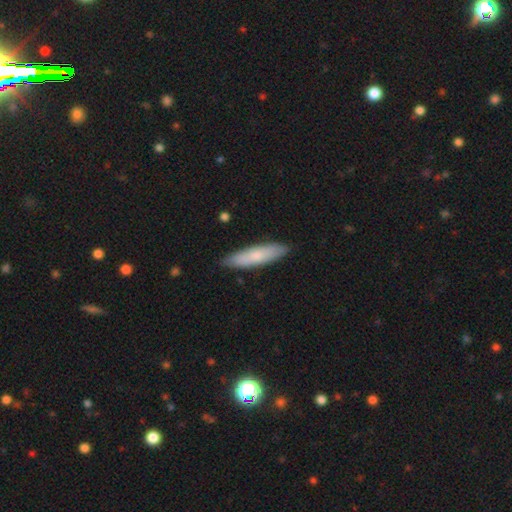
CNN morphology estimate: type=smooth (74%); roundness=cigar-shaped (76%); merging=none (87%).